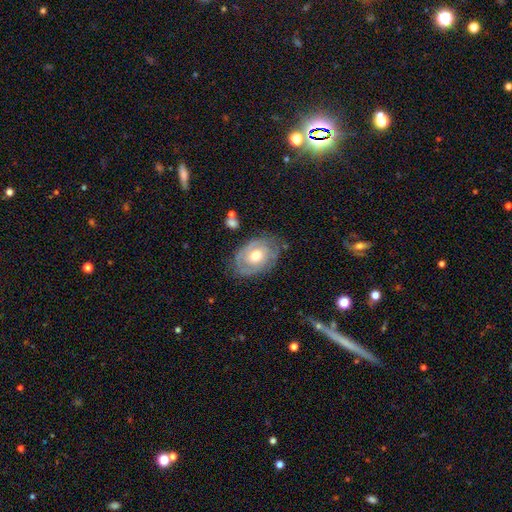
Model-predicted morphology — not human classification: Smooth or featured? featured or disk (78%)
Edge-on disk? no (96%)
Bar? no (75%)
Spiral arms? yes (85%)
Spiral winding? tight (66%)
Spiral arm count? 2 (40%)
Bulge size? moderate (75%)
Merging? none (72%)